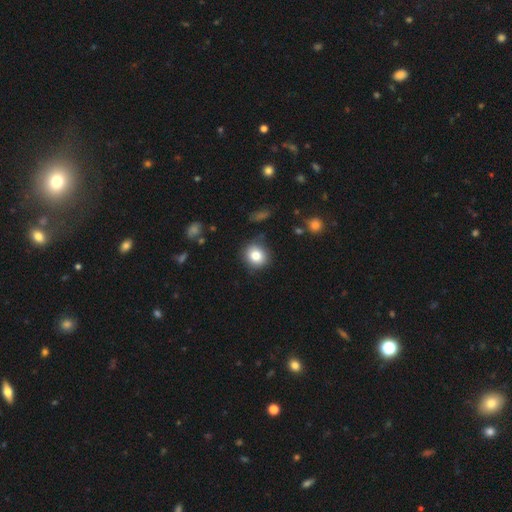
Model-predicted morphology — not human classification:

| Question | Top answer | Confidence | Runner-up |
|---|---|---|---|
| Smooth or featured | smooth | 80% | star or artifact (11%) |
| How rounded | round | 84% | in between (15%) |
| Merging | none | 85% | minor disturbance (10%) |